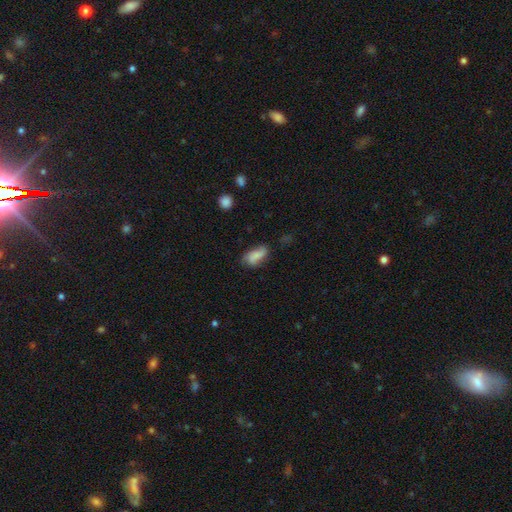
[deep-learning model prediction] smooth-or-featured: smooth: 77% | featured or disk: 15% | star or artifact: 8%
  how-rounded: in between: 86% | cigar-shaped: 10% | round: 4%
  merging: none: 56% | minor disturbance: 31% | major disturbance: 10% | merger: 3%